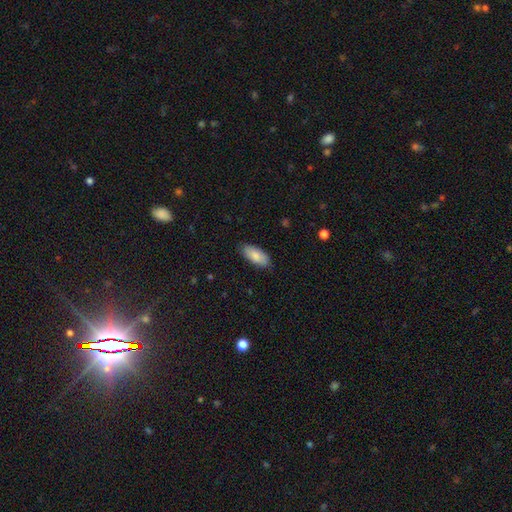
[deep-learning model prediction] A smooth galaxy with no disk features (84%) that is in between round and cigar-shaped (88%).

Vote fractions:
- Smooth or featured? smooth: 84% / featured or disk: 10% / star or artifact: 6%
- How rounded? in between: 88% / cigar-shaped: 11% / round: 2%
- Merging? none: 84% / minor disturbance: 12% / major disturbance: 2% / merger: 1%